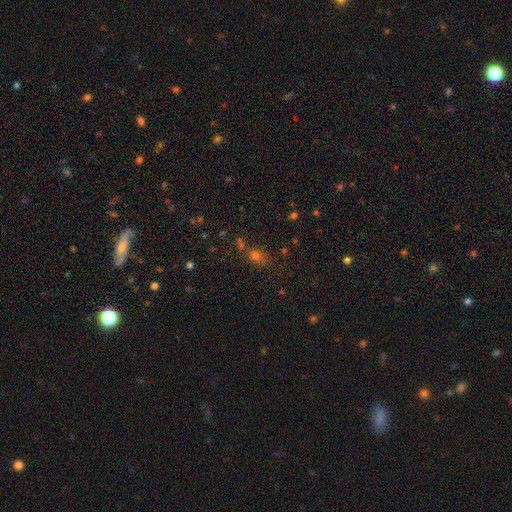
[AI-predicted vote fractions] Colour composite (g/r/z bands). It shows a smooth galaxy with no disk features (61%) that is in between round and cigar-shaped (50%). Merging: none (62%).